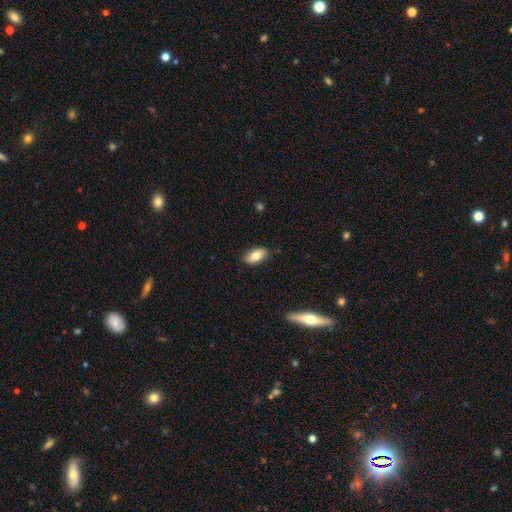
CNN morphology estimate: A smooth galaxy with no disk features (79%) that is in between round and cigar-shaped (92%). Merging: none (85%).